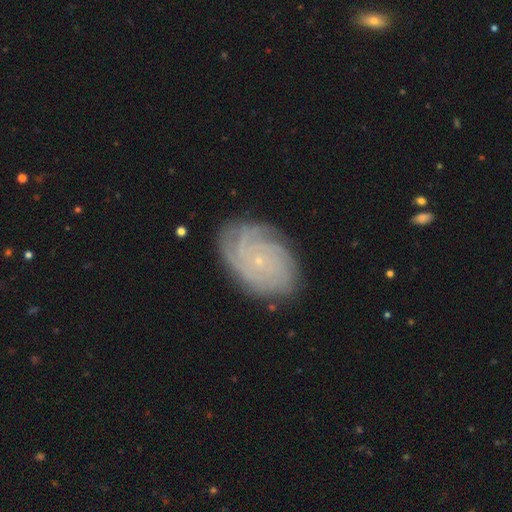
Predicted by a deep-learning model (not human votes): Q: Smooth or featured?
A: featured or disk (75%); runner-up: smooth (14%)
Q: Edge-on disk?
A: no (96%); runner-up: yes (4%)
Q: Bar?
A: no (82%); runner-up: weak (15%)
Q: Spiral arms?
A: yes (96%); runner-up: no (4%)
Q: Spiral winding?
A: tight (80%); runner-up: medium (16%)
Q: Spiral arm count?
A: can't tell (29%); runner-up: 4 (21%)
Q: Bulge size?
A: small (88%); runner-up: moderate (8%)
Q: Merging?
A: none (83%); runner-up: minor disturbance (12%)